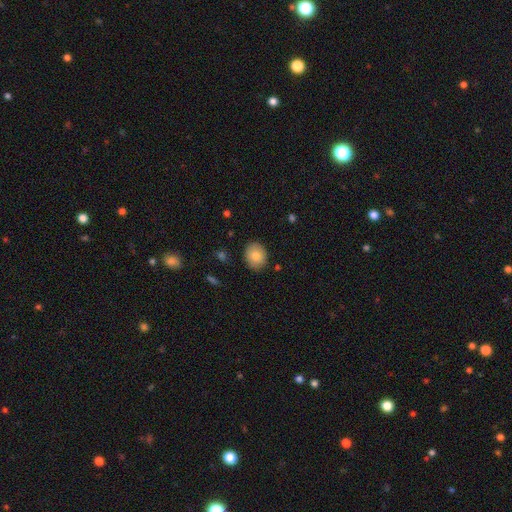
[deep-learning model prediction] smooth-or-featured: smooth: 81% | featured or disk: 11% | star or artifact: 8%
  how-rounded: round: 53% | in between: 46% | cigar-shaped: 1%
  merging: none: 87% | minor disturbance: 9% | major disturbance: 2% | merger: 1%